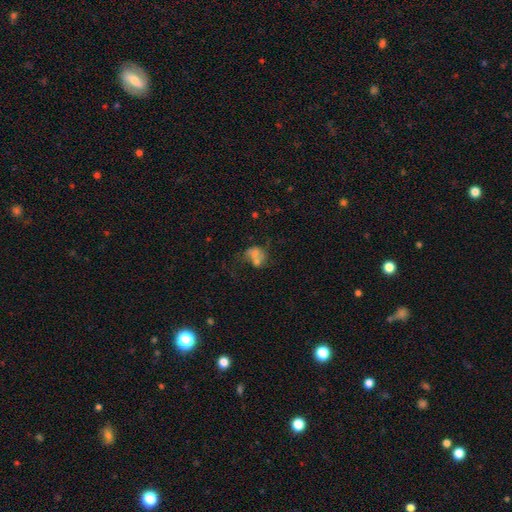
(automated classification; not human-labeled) smooth 50%, featured or disk 35%, star or artifact 15%. Down the decision tree: how rounded — in between (57%); merging — merger (40%).